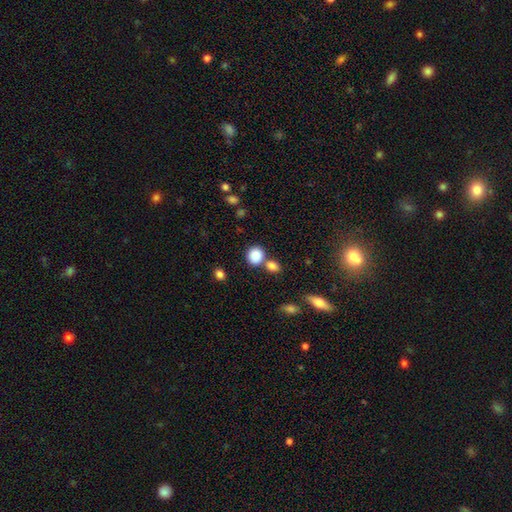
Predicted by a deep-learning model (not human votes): Overall: smooth (87%). How rounded: round (73%). Merging: none (62%; merger 26%).